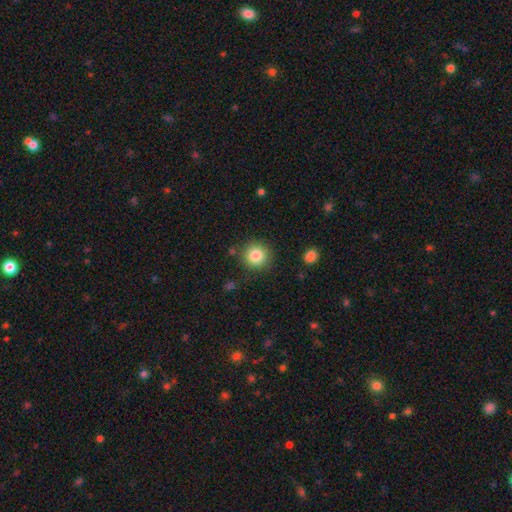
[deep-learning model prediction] Q: Smooth or featured?
A: smooth (84%); runner-up: star or artifact (10%)
Q: How rounded?
A: round (93%); runner-up: in between (6%)
Q: Merging?
A: none (86%); runner-up: minor disturbance (9%)